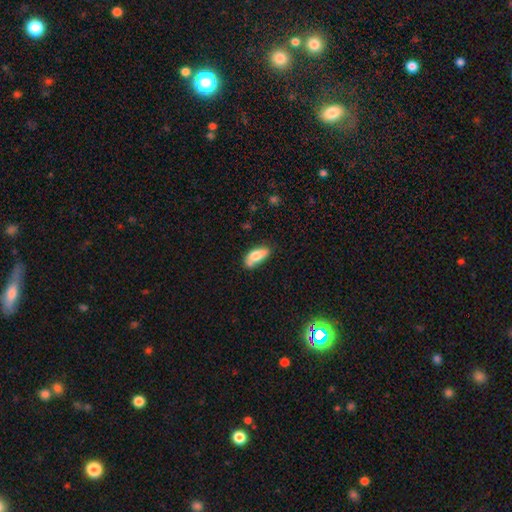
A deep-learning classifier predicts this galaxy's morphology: Overall: smooth (73%). How rounded: in between (85%). Merging: none (50%; minor disturbance 28%).